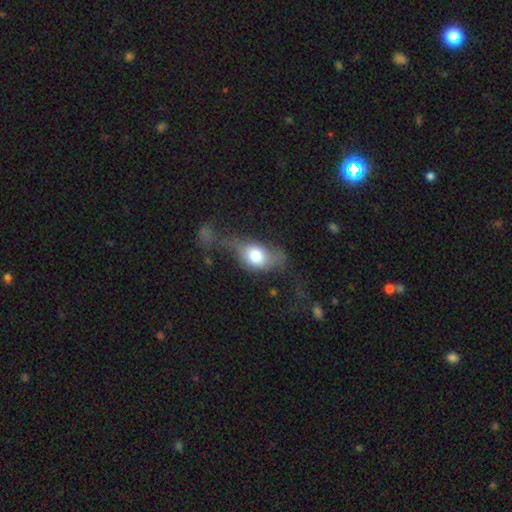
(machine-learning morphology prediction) Q: Smooth or featured?
A: smooth (68%); runner-up: featured or disk (23%)
Q: How rounded?
A: in between (73%); runner-up: round (23%)
Q: Merging?
A: major disturbance (35%); runner-up: none (30%)